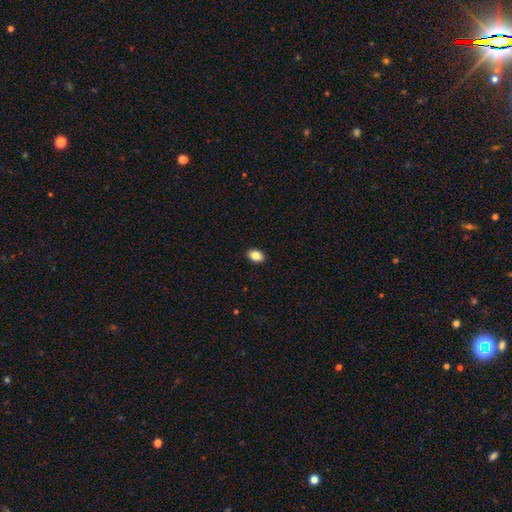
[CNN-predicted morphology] Overall: smooth (85%). How rounded: in between (79%). Merging: none (91%).